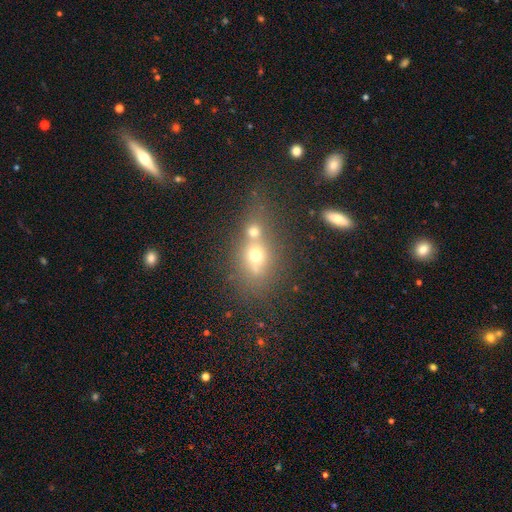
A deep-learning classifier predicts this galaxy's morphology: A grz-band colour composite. It shows a smooth galaxy with no disk features (60%) that is in between round and cigar-shaped (48%, tied with round). Merging: merger (53%).